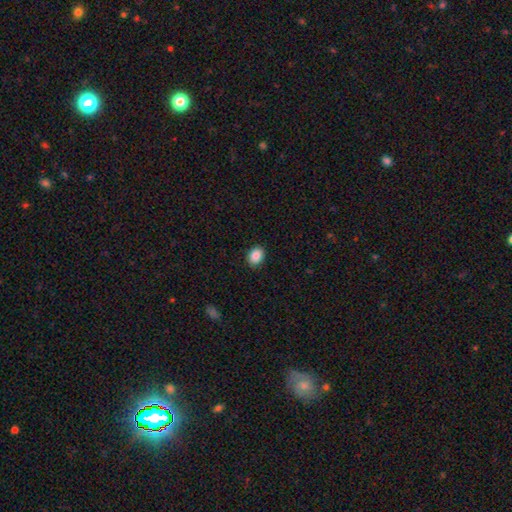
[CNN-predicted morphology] smooth-or-featured: smooth: 88% | star or artifact: 8% | featured or disk: 4%
  how-rounded: in between: 59% | round: 40% | cigar-shaped: 1%
  merging: none: 90% | minor disturbance: 7% | major disturbance: 2% | merger: 1%